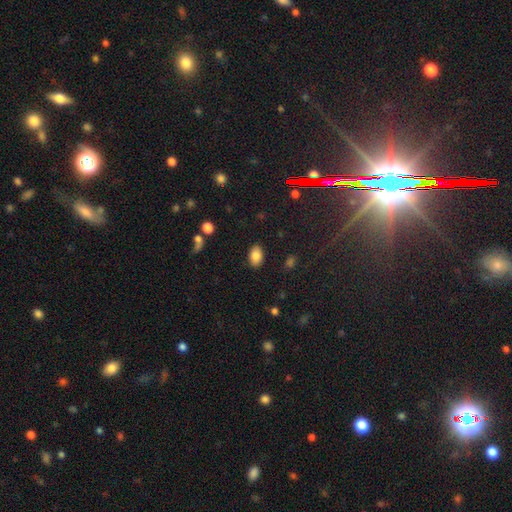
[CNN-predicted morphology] The model was most divided on "smooth or featured": smooth: 84%, star or artifact: 9%, featured or disk: 8%. More confident: how rounded — in between (89%); merging — none (86%).